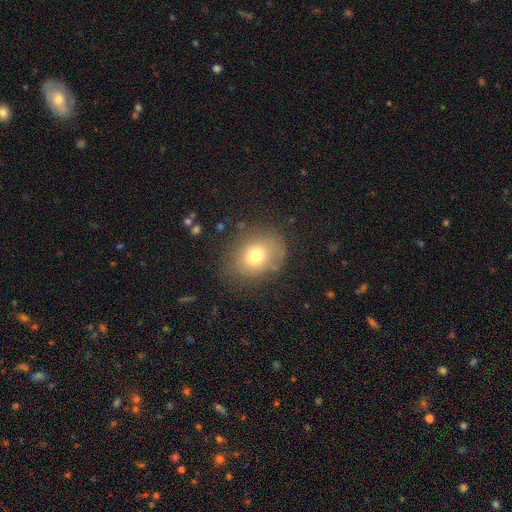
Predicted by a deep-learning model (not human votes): Overall: smooth (73%). How rounded: round (54%; in between 45%). Merging: none (77%).